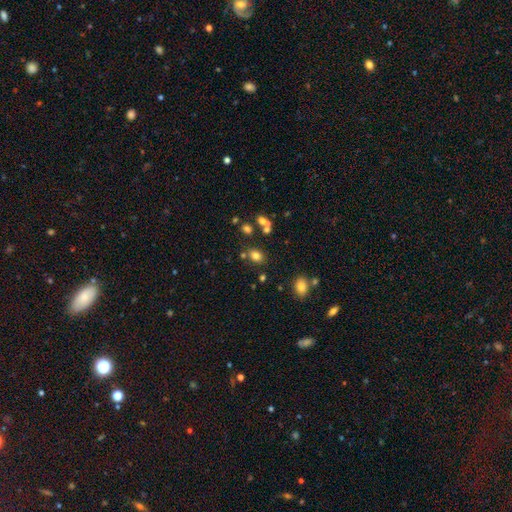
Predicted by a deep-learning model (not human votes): Morphology: type=smooth (77%); roundness=in between (59%); merging=none (73%).